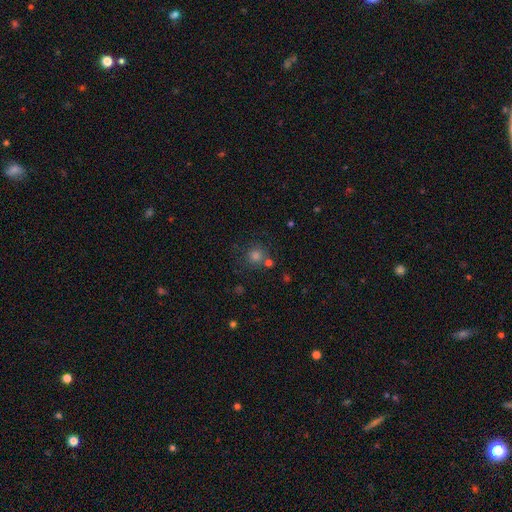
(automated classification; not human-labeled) A smooth galaxy with no disk features (70%) that is round (92%). Merging: none (73%).